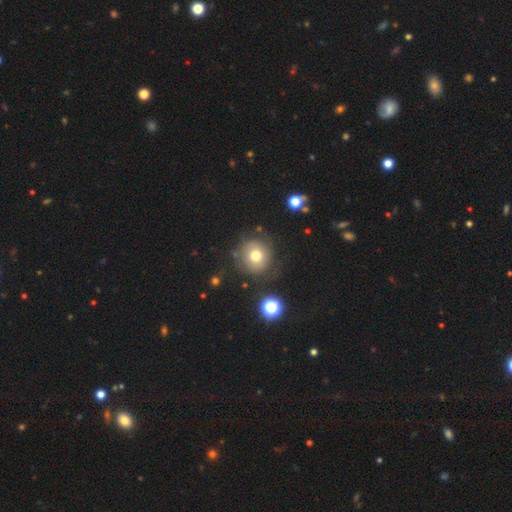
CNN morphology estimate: A smooth galaxy with no disk features (72%) that is round (91%). Merging: none (78%).